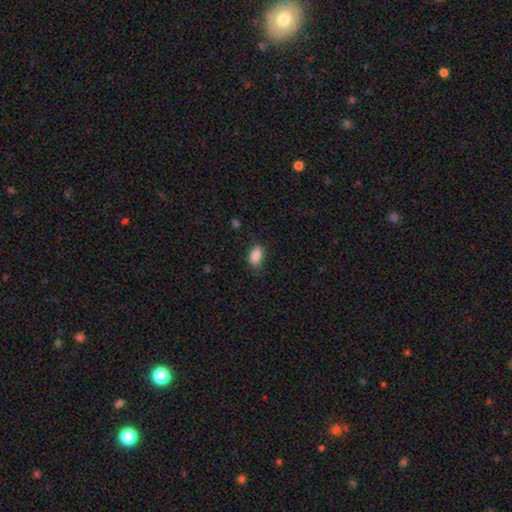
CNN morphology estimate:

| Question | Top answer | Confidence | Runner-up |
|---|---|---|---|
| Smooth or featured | smooth | 88% | star or artifact (8%) |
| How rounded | in between | 90% | round (8%) |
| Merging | none | 74% | minor disturbance (20%) |